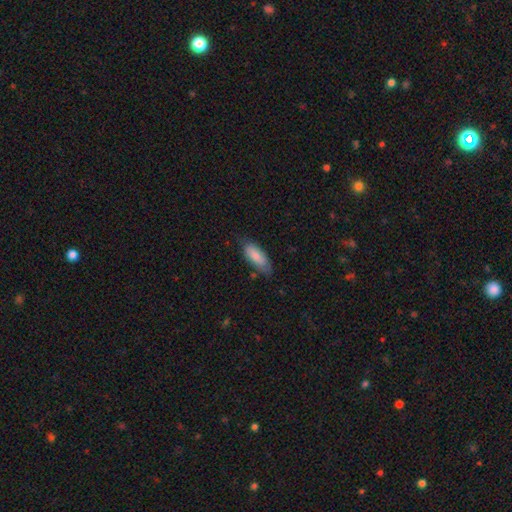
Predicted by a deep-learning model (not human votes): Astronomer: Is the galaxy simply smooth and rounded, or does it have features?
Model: smooth — 84%.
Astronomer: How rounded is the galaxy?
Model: in between — 74%.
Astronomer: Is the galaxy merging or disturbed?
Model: none — 66%.